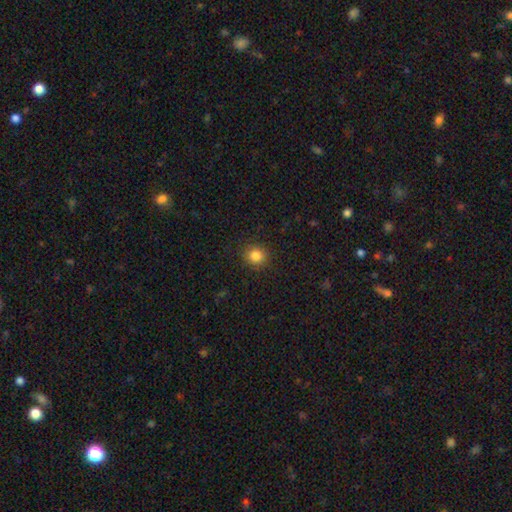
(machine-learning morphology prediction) A smooth galaxy with no disk features (84%) that is round (89%).

Vote fractions:
- Smooth or featured? smooth: 84% / star or artifact: 12% / featured or disk: 5%
- How rounded? round: 89% / in between: 10% / cigar-shaped: 1%
- Merging? none: 90% / minor disturbance: 7% / major disturbance: 2% / merger: 1%